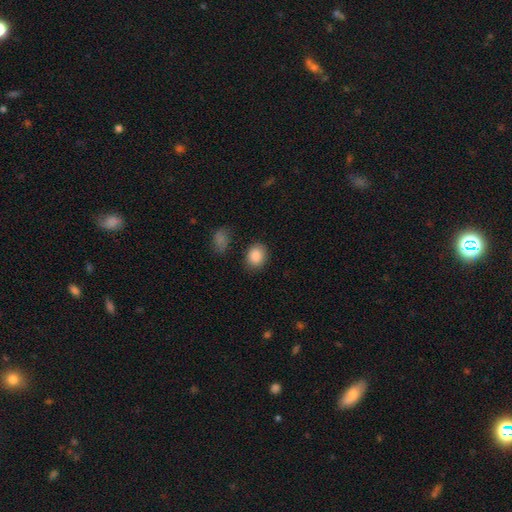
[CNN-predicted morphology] type=smooth (88%); roundness=round (52%); merging=none (81%).